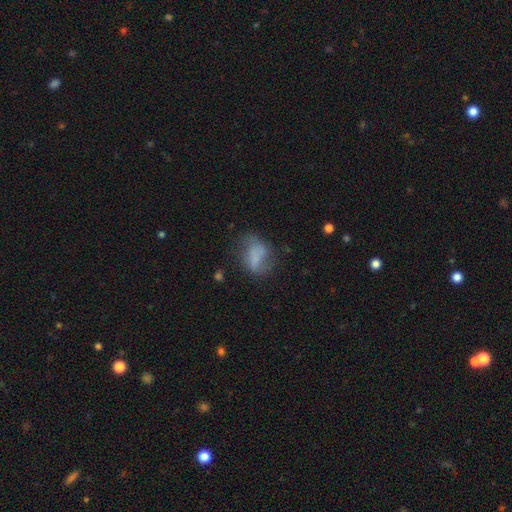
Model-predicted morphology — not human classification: This appears to be a smooth galaxy with no disk features (55%) that is in between round and cigar-shaped (77%). Merging: none (41%).